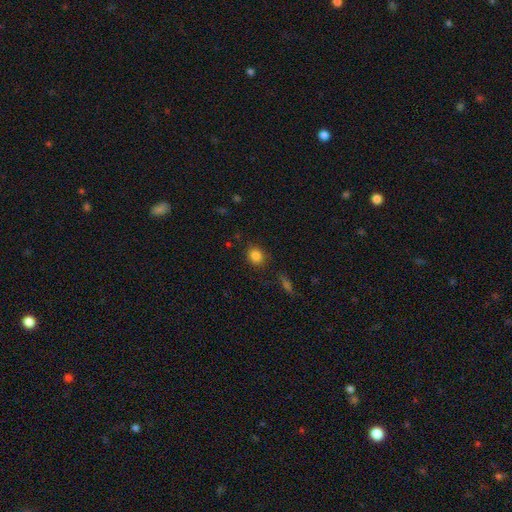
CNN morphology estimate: smooth_or_featured: smooth (p=0.84) [alt: star or artifact p=0.11]
how_rounded: round (p=0.74) [alt: in between p=0.24]
merging: none (p=0.84) [alt: minor disturbance p=0.11]